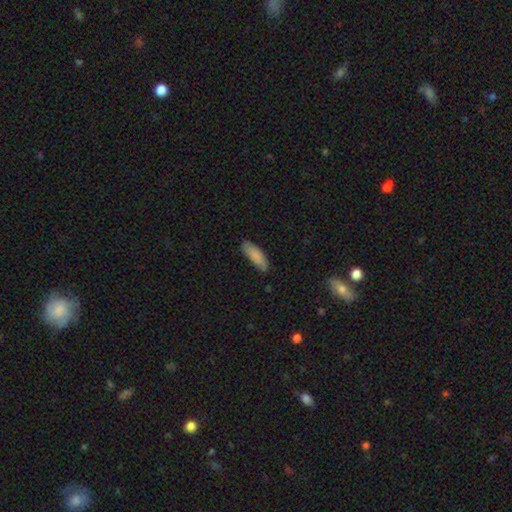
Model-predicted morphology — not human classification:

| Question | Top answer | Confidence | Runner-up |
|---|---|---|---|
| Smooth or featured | smooth | 84% | featured or disk (10%) |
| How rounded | in between | 65% | cigar-shaped (33%) |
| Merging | none | 76% | minor disturbance (19%) |